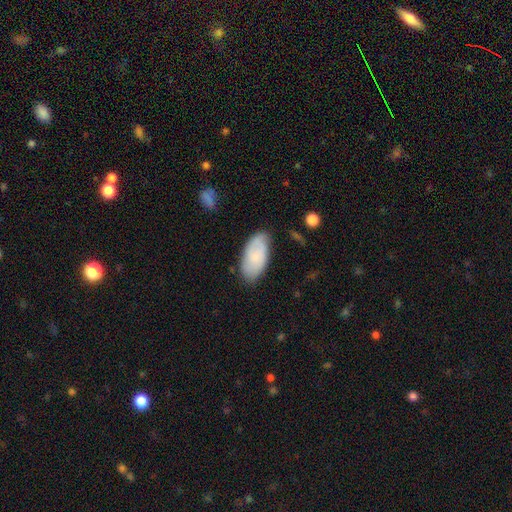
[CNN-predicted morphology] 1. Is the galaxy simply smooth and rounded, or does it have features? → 70% smooth, 23% featured or disk, 6% star or artifact.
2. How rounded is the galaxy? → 94% in between, 4% cigar-shaped, 2% round.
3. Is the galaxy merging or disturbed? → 76% none, 19% minor disturbance, 4% major disturbance, 2% merger.